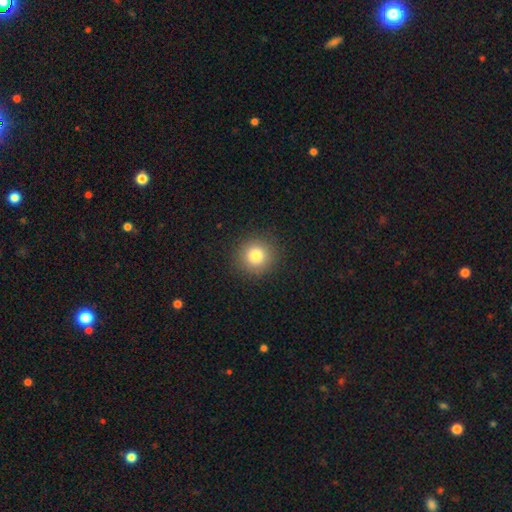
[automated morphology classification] smooth 81%, star or artifact 12%, featured or disk 7%. Down the decision tree: how rounded — round (93%); merging — none (91%).